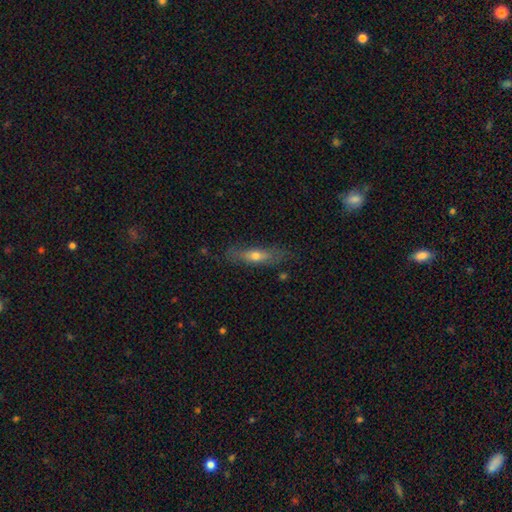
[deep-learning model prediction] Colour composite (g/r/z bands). It shows a smooth galaxy with no disk features (49%). Merging: none (76%).